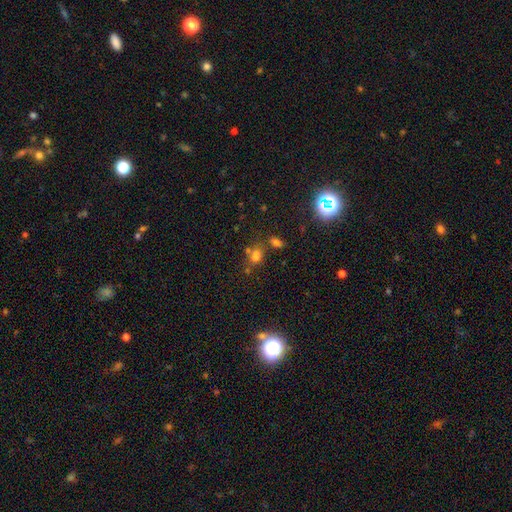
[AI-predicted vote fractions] smooth-or-featured: smooth: 64% | star or artifact: 24% | featured or disk: 12%
  how-rounded: in between: 62% | round: 35% | cigar-shaped: 3%
  merging: none: 48% | merger: 32% | minor disturbance: 13% | major disturbance: 7%